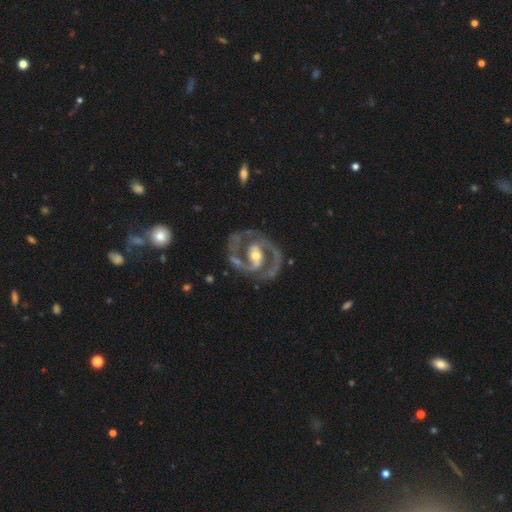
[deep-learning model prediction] smooth_or_featured: featured or disk (p=0.89) [alt: smooth p=0.06]
disk_edge_on: no (p=0.97) [alt: yes p=0.03]
bar: weak (p=0.37) [alt: strong p=0.34]
has_spiral_arms: yes (p=0.92) [alt: no p=0.08]
spiral_winding: medium (p=0.57) [alt: tight p=0.28]
spiral_arm_count: 2 (p=0.89) [alt: can't tell p=0.04]
bulge_size: moderate (p=0.66) [alt: small p=0.22]
merging: none (p=0.71) [alt: minor disturbance p=0.16]